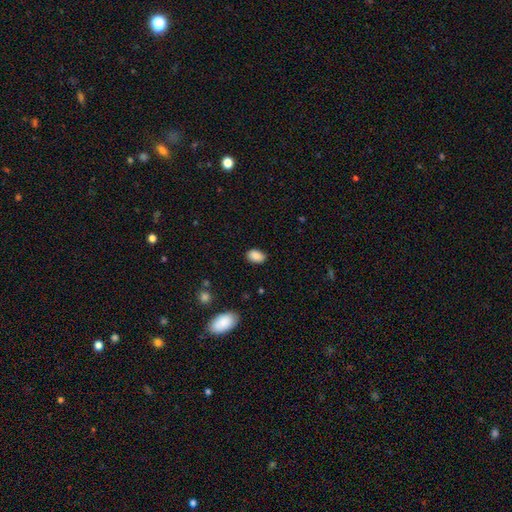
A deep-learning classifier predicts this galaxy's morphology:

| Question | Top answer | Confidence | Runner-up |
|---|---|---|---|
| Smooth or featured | smooth | 88% | star or artifact (8%) |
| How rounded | in between | 87% | round (12%) |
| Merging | none | 84% | minor disturbance (12%) |